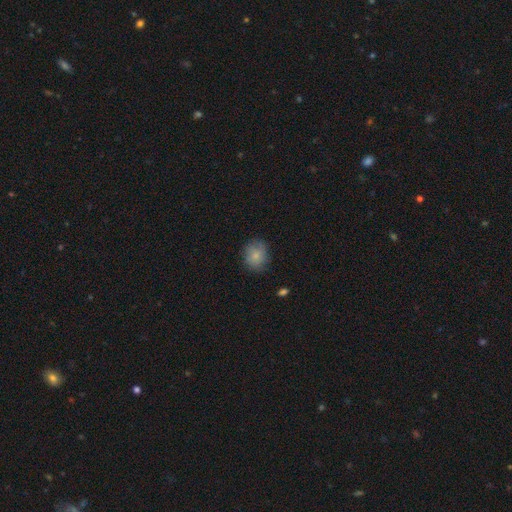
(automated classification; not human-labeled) A smooth galaxy with no disk features (82%) that is round (70%).

Vote fractions:
- Smooth or featured? smooth: 82% / featured or disk: 10% / star or artifact: 8%
- How rounded? round: 70% / in between: 29% / cigar-shaped: 1%
- Merging? none: 79% / minor disturbance: 16% / major disturbance: 4% / merger: 1%